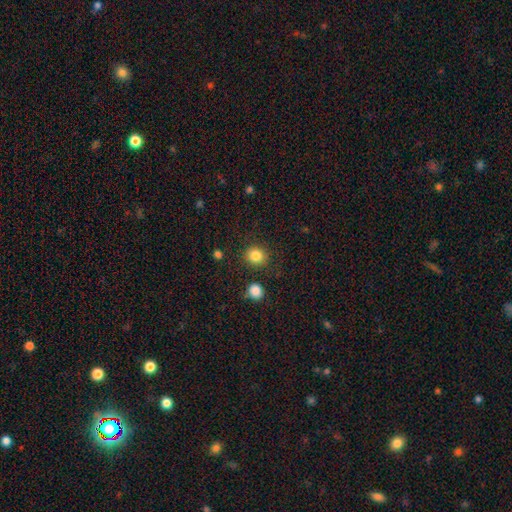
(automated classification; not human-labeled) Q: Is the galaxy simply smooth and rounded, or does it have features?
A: smooth — 84%.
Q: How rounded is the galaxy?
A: round — 85%.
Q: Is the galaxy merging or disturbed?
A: none — 86%.